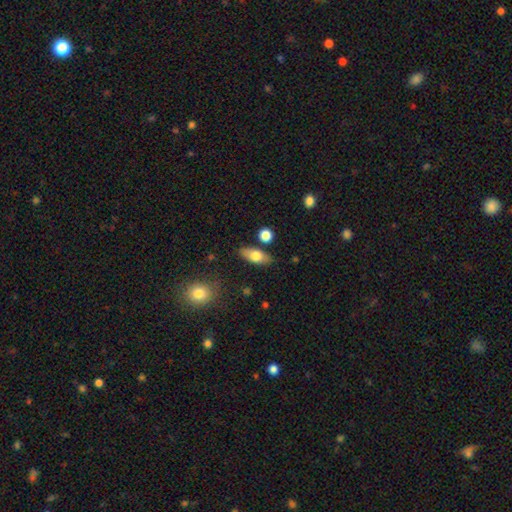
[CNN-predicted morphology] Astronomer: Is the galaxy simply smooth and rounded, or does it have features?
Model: smooth — 73%.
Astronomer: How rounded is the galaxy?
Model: in between — 81%.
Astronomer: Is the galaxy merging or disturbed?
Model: none — 79%.